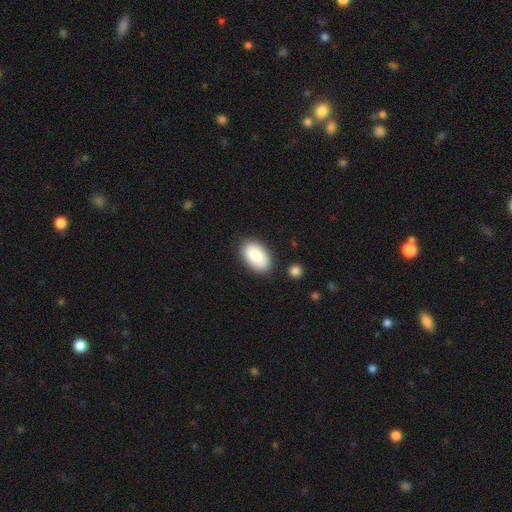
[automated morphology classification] Smooth or featured? smooth (82%)
How rounded? in between (93%)
Merging? none (82%)